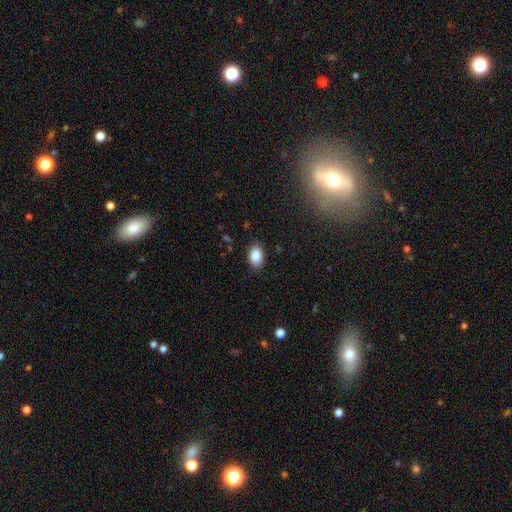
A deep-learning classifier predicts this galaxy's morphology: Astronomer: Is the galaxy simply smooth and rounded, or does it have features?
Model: smooth — 87%.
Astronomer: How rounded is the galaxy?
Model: in between — 83%.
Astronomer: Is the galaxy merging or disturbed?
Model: none — 87%.